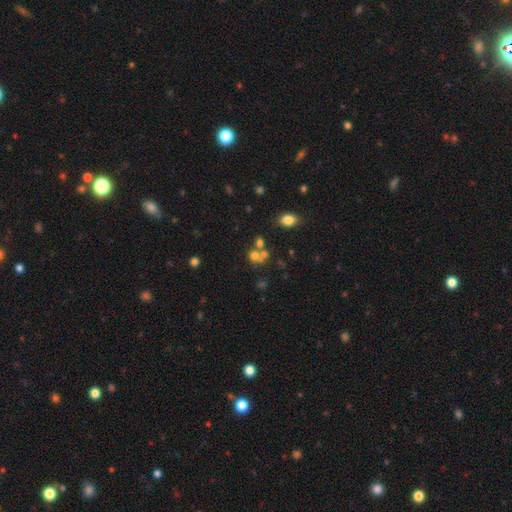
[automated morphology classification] This is likely a smooth galaxy (63%). How rounded: likely round (72%). Merging: possibly merger (47%).